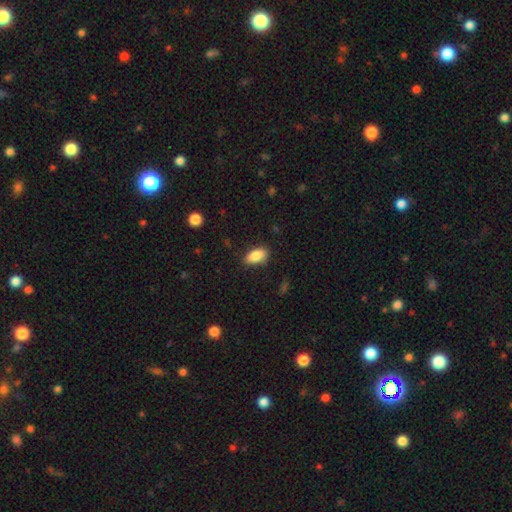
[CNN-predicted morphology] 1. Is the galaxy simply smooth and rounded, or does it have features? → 85% smooth, 7% featured or disk, 7% star or artifact.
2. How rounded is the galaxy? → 90% in between, 6% cigar-shaped, 4% round.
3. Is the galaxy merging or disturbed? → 79% none, 17% minor disturbance, 3% major disturbance, 1% merger.